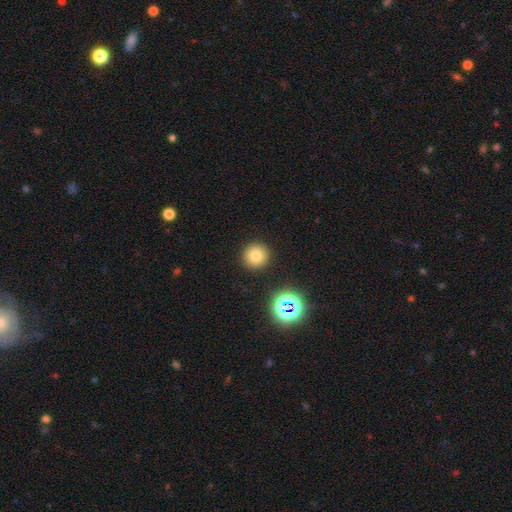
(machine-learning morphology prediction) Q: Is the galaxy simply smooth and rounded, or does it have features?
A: smooth — 77%.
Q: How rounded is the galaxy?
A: round — 95%.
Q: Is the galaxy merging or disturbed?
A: none — 91%.